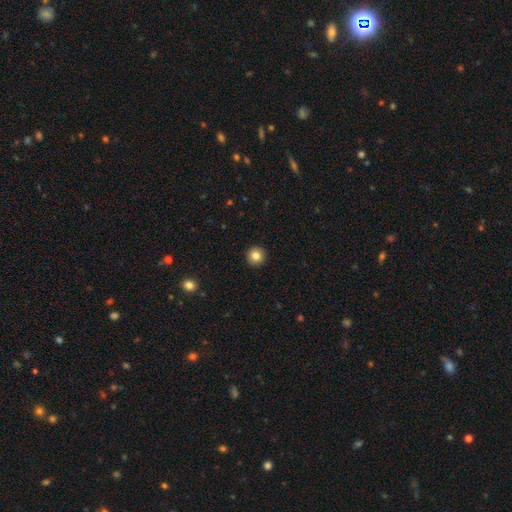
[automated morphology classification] The model was most divided on "smooth or featured": smooth: 83%, star or artifact: 10%, featured or disk: 7%. More confident: how rounded — round (95%); merging — none (93%).